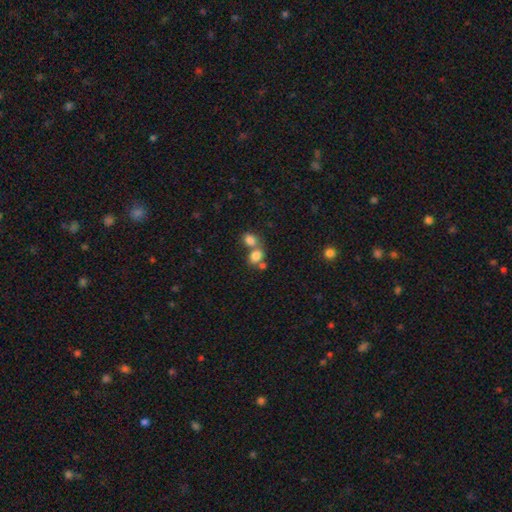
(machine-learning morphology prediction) smooth 79%, star or artifact 11%, featured or disk 10%. Down the decision tree: how rounded — in between (56%); merging — merger (55%).